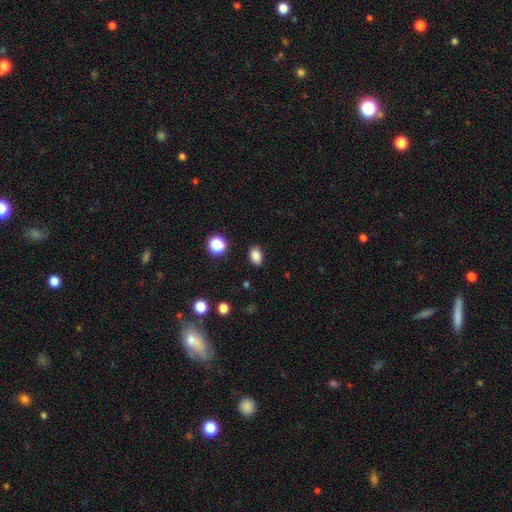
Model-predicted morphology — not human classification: This is clearly a smooth galaxy (85%). How rounded: likely in between (77%). Merging: clearly none (86%).